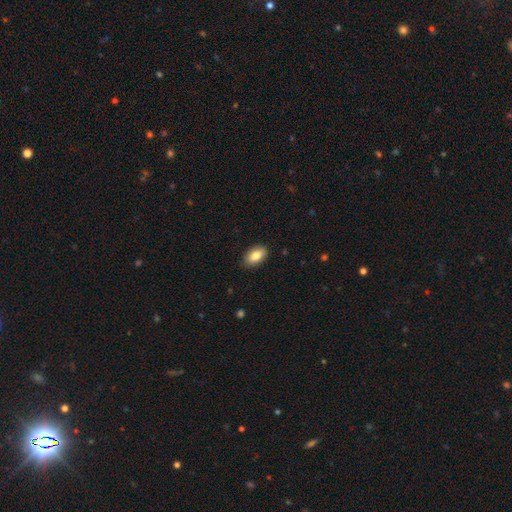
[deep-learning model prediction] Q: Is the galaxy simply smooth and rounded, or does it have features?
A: smooth — 84%.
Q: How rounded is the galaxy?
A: in between — 93%.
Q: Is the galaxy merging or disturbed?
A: none — 87%.